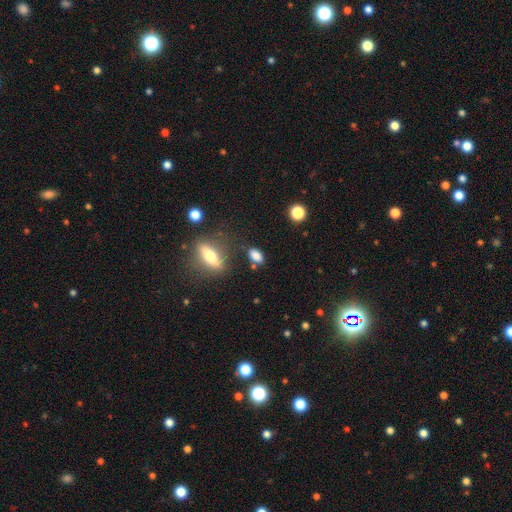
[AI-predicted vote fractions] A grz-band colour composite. It shows a smooth galaxy with no disk features (80%) that is in between round and cigar-shaped (80%). Merging: none (71%).